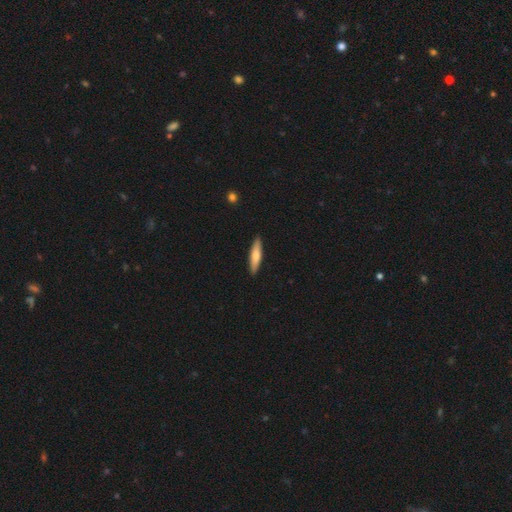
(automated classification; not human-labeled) Morphology: type=smooth (67%); roundness=cigar-shaped (82%); merging=none (90%).